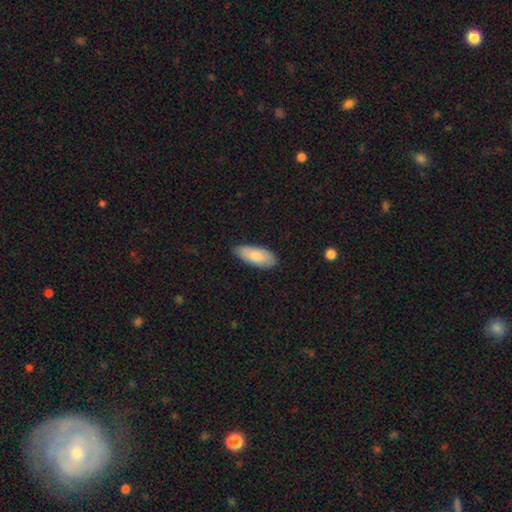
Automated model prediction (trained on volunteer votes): Smooth or featured? Predicted: smooth (p=0.81). How rounded? Predicted: in between (p=0.86). Merging? Predicted: none (p=0.81).